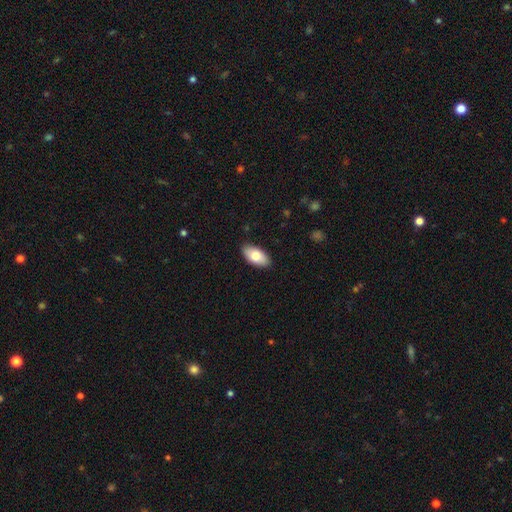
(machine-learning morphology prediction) smooth_or_featured: smooth (p=0.78) [alt: featured or disk p=0.16]
how_rounded: in between (p=0.94) [alt: cigar-shaped p=0.03]
merging: none (p=0.88) [alt: minor disturbance p=0.09]